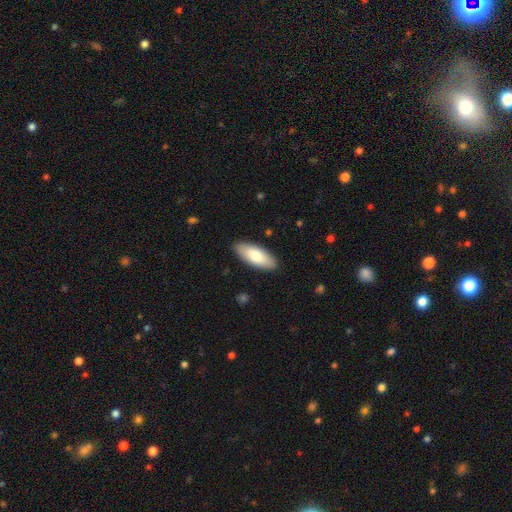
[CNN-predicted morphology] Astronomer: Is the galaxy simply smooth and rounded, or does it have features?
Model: smooth — 79%.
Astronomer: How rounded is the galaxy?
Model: in between — 77%.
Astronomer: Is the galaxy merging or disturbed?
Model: none — 90%.